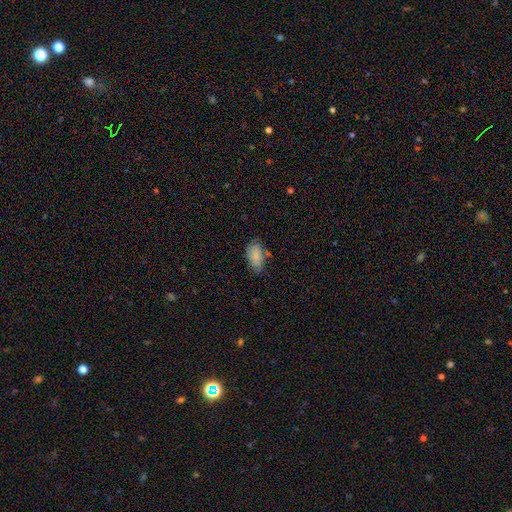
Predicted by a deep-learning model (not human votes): Smooth or featured?
  - smooth: 83% *
  - featured or disk: 9%
  - star or artifact: 7%
How rounded?
  - in between: 94% *
  - round: 4%
  - cigar-shaped: 3%
Merging?
  - none: 64% *
  - minor disturbance: 25%
  - major disturbance: 6%
  - merger: 5%